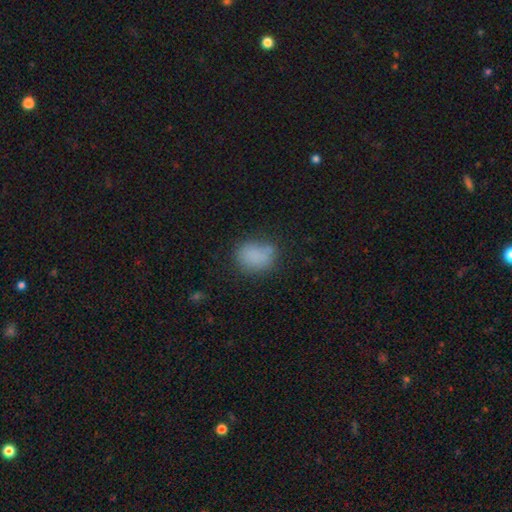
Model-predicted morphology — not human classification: smooth 81%, star or artifact 11%, featured or disk 8%. Down the decision tree: how rounded — in between (61%); merging — none (65%).